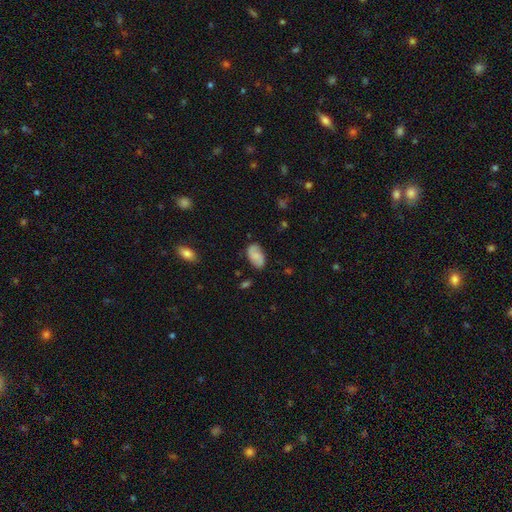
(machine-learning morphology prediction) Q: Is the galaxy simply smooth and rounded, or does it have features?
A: smooth — 61%.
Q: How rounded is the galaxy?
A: in between — 93%.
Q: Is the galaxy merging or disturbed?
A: none — 76%.